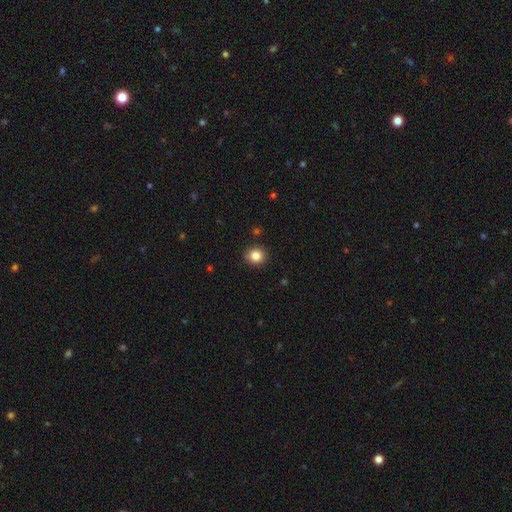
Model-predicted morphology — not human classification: smooth 85%, star or artifact 10%, featured or disk 5%. Down the decision tree: how rounded — round (85%); merging — none (91%).